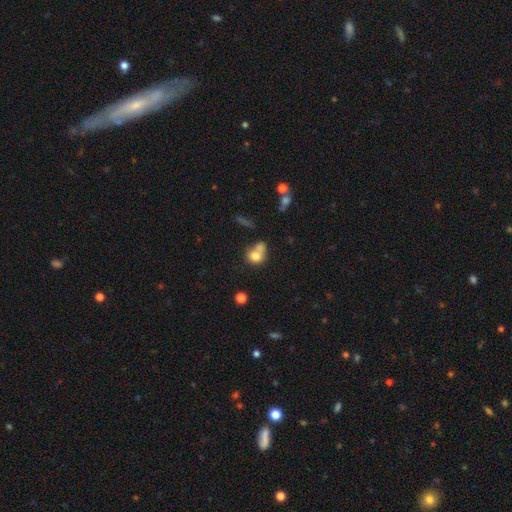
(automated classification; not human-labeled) smooth 75%, featured or disk 15%, star or artifact 11%. Down the decision tree: how rounded — round (65%); merging — merger (48%).